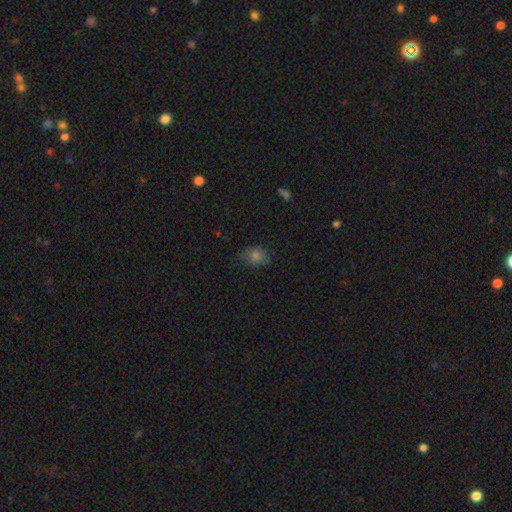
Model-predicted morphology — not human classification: Smooth or featured: smooth — 74% (star or artifact — 16%)
How rounded: in between — 53% (round — 46%)
Merging: none — 67% (minor disturbance — 25%)